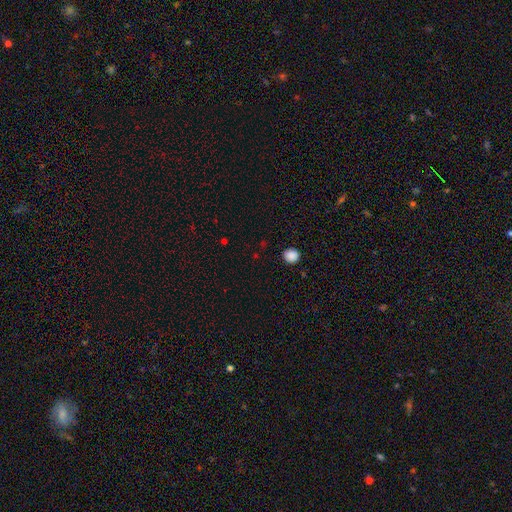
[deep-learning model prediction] Overall: smooth (65%; star or artifact 30%). How rounded: round (82%). Merging: none (86%).